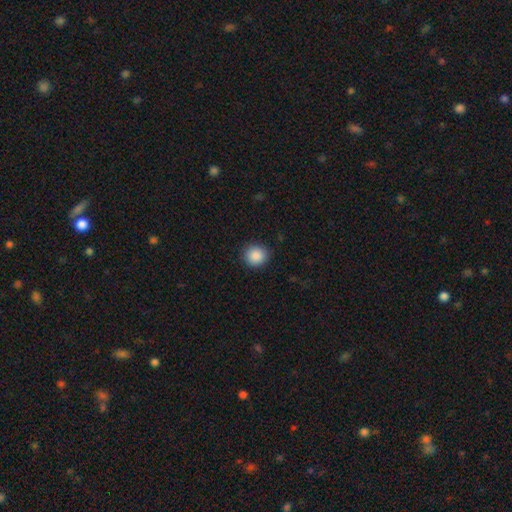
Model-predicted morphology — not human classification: Overall: smooth (89%). How rounded: round (86%). Merging: none (89%).